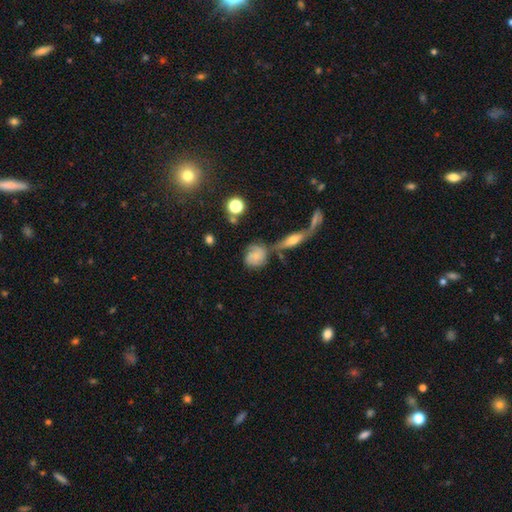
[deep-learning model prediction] The model was most divided on "smooth or featured": smooth: 52%, featured or disk: 39%, star or artifact: 9%. Remaining: how rounded — round (71%); merging — none (49%).